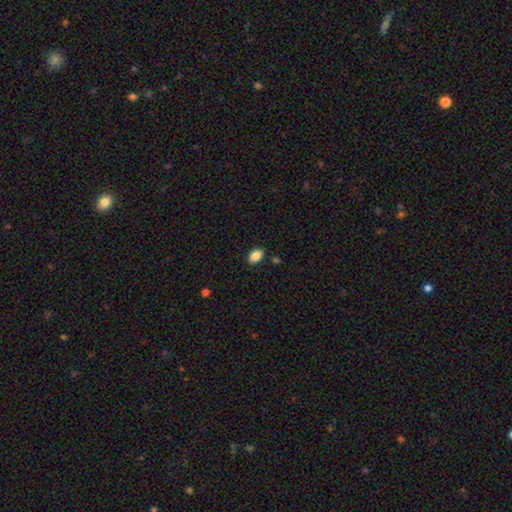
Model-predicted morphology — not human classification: Smooth or featured? Predicted: smooth (p=0.87). How rounded? Predicted: in between (p=0.89). Merging? Predicted: none (p=0.87).